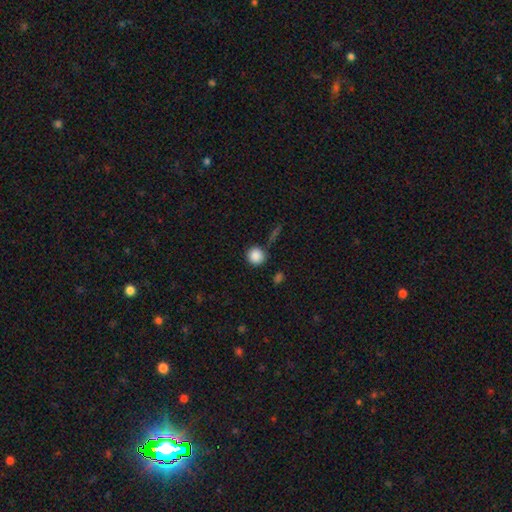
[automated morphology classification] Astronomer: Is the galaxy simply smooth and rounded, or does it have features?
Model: smooth — 86%.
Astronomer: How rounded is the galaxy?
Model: round — 93%.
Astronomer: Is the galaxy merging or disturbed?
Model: none — 81%.